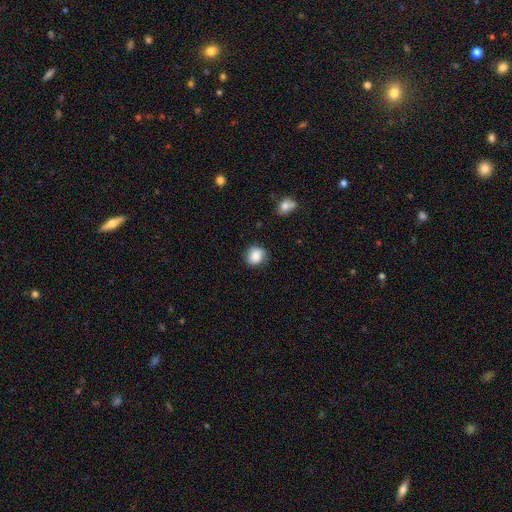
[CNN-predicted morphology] Smooth or featured: smooth — 84% (star or artifact — 9%)
How rounded: round — 74% (in between — 25%)
Merging: none — 77% (minor disturbance — 18%)